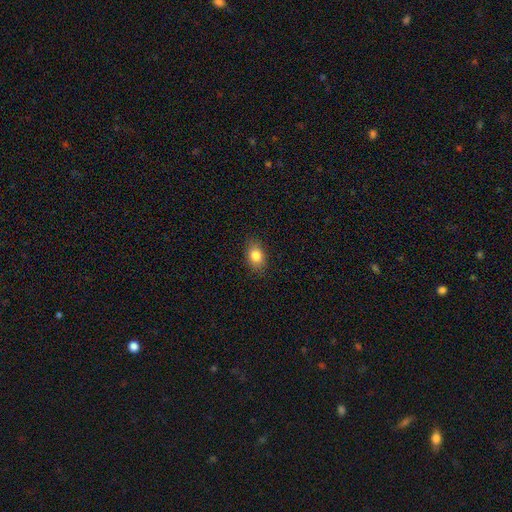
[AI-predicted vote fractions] Smooth or featured? Predicted: smooth (p=0.84). How rounded? Predicted: in between (p=0.75). Merging? Predicted: none (p=0.87).